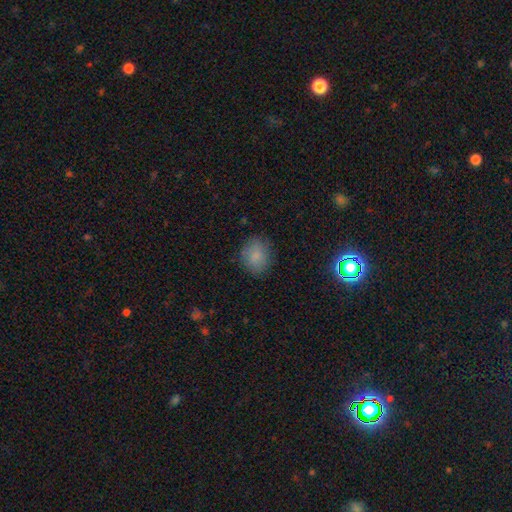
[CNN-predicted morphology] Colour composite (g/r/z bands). It shows a smooth galaxy with no disk features (83%) that is round (66%). Merging: none (82%).